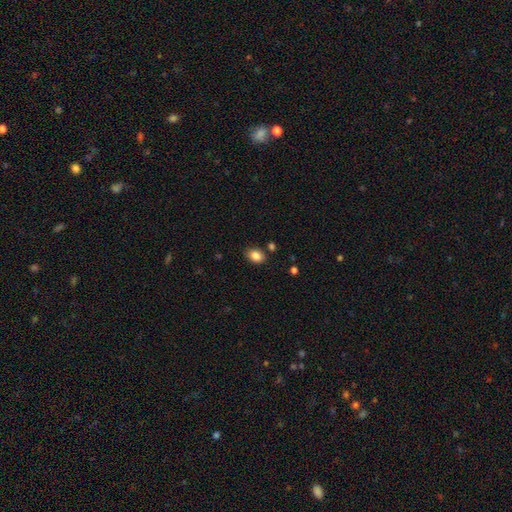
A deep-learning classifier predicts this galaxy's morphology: A smooth galaxy with no disk features (85%) that is in between round and cigar-shaped (71%). Merging: none (81%).